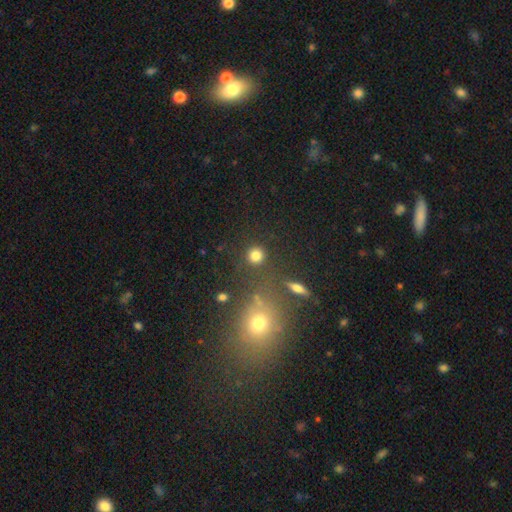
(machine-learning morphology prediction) type=smooth (81%); roundness=round (93%); merging=none (84%).